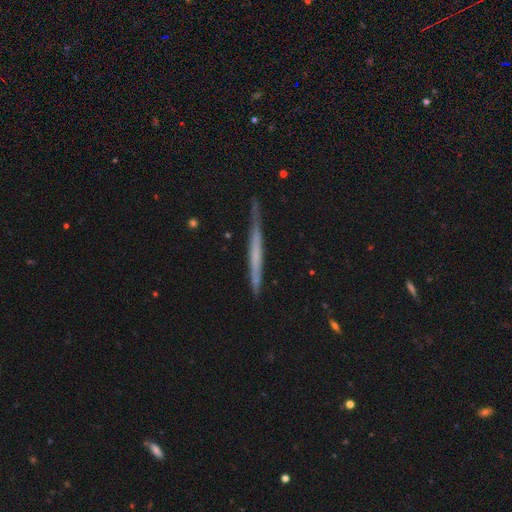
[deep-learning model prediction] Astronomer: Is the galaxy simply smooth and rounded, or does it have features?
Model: featured or disk — 54% (runner-up: smooth, 40%).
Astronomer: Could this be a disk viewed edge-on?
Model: yes — 96%.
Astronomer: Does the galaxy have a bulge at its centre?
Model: none — 87%.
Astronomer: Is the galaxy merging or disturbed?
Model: none — 82%.